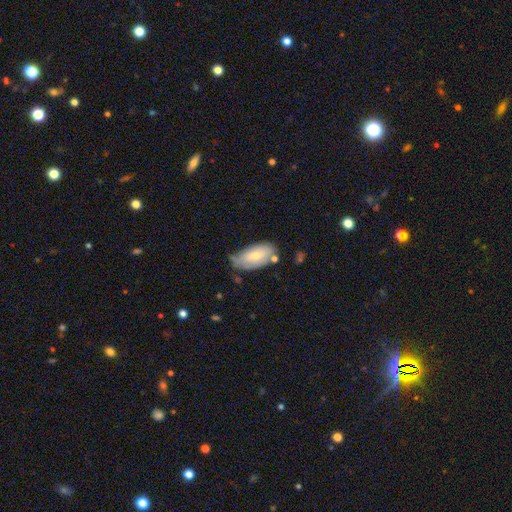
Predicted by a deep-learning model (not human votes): Smooth or featured: smooth — 68% (featured or disk — 25%)
How rounded: in between — 92% (cigar-shaped — 5%)
Merging: none — 56% (minor disturbance — 29%)